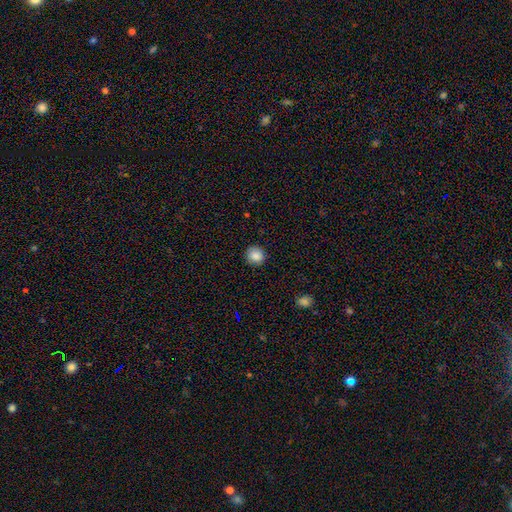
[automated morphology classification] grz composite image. It shows a smooth galaxy with no disk features (87%) that is round (92%). Merging: none (90%).